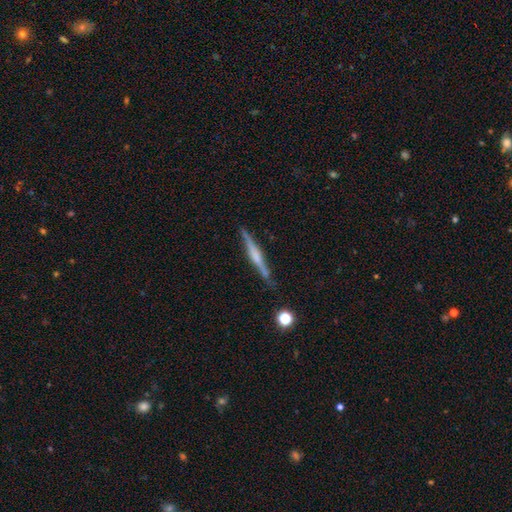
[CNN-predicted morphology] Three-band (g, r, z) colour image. It shows a featured or disk galaxy (68%) viewed edge-on (98%) with a rounded central bulge (52%). Merging: none (84%).